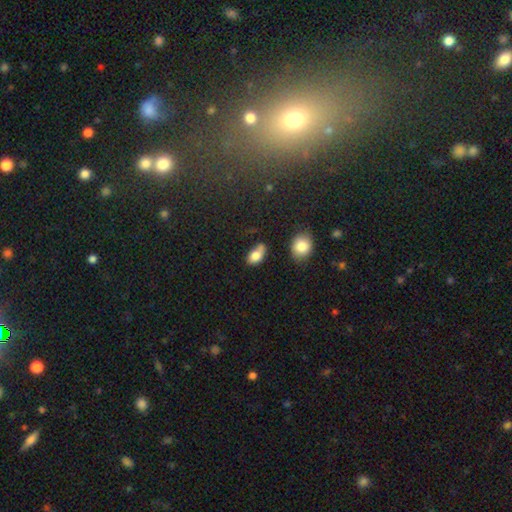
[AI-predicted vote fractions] The model was most divided on "merging": none: 45%, minor disturbance: 29%, merger: 16%, major disturbance: 10%. More confident: how rounded — in between (87%); smooth or featured — smooth (81%).